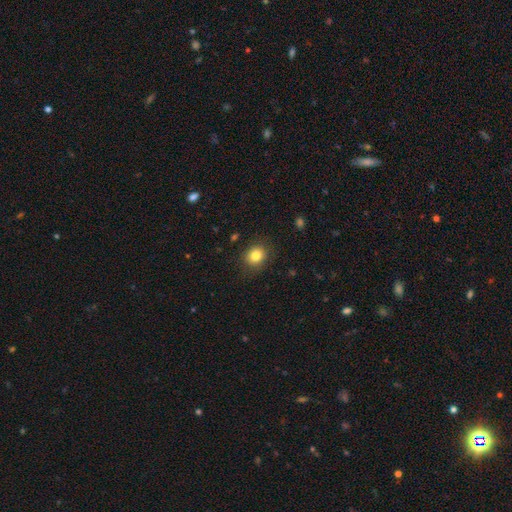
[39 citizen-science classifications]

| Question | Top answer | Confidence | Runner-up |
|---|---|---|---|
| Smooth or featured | smooth | 79% | featured or disk (15%) |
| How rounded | round | 55% | in between (45%) |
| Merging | none | 81% | minor disturbance (19%) |